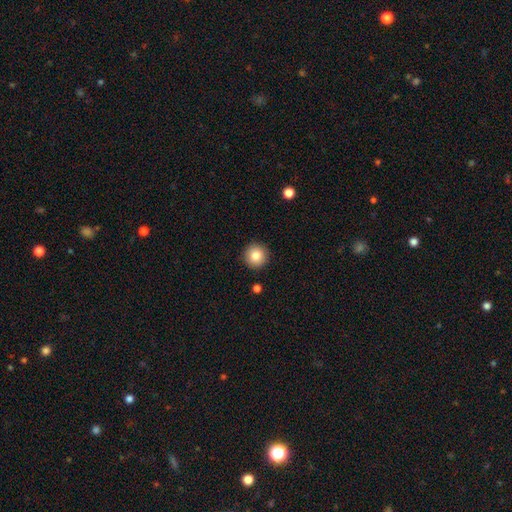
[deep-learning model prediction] A smooth galaxy with no disk features (84%) that is round (95%).

Vote fractions:
- Smooth or featured? smooth: 84% / star or artifact: 9% / featured or disk: 7%
- How rounded? round: 95% / in between: 4% / cigar-shaped: 1%
- Merging? none: 91% / minor disturbance: 6% / major disturbance: 2% / merger: 1%